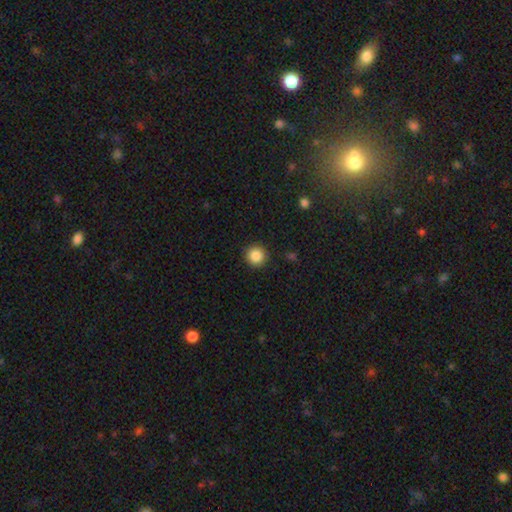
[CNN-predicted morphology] Smooth or featured: smooth — 87% (star or artifact — 9%)
How rounded: round — 95% (in between — 4%)
Merging: none — 91% (minor disturbance — 6%)